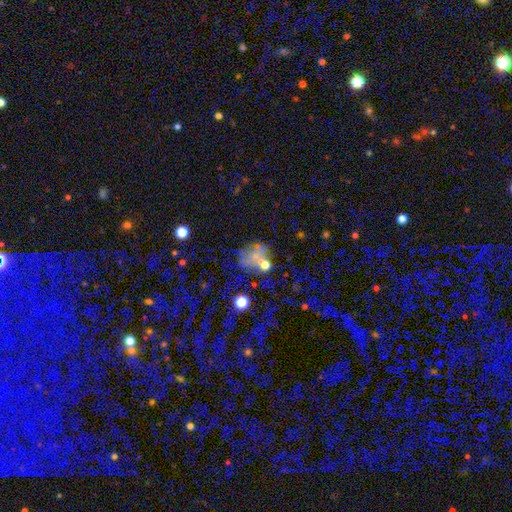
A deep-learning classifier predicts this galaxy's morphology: This is possibly a smooth galaxy (46%). Merging: marginally none (35%).